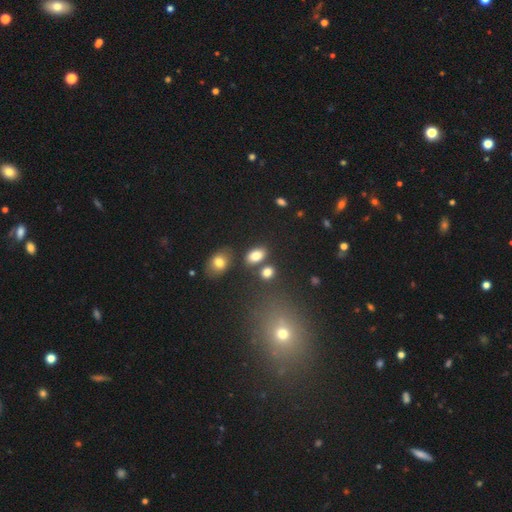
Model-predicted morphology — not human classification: This is clearly a smooth galaxy (82%). How rounded: clearly in between (87%). Merging: likely none (74%).